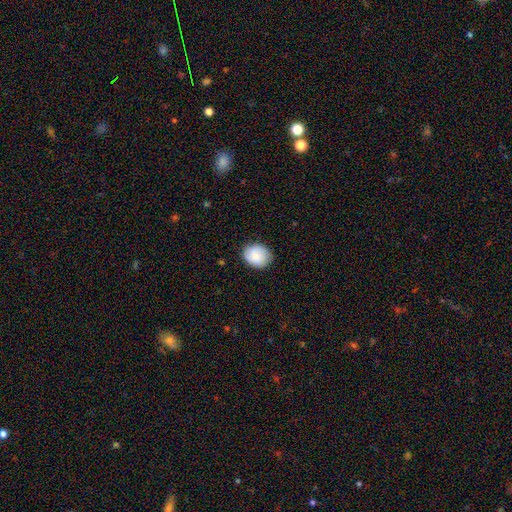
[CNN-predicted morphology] Q: Smooth or featured?
A: smooth (79%); runner-up: featured or disk (14%)
Q: How rounded?
A: round (54%); runner-up: in between (46%)
Q: Merging?
A: none (82%); runner-up: minor disturbance (14%)